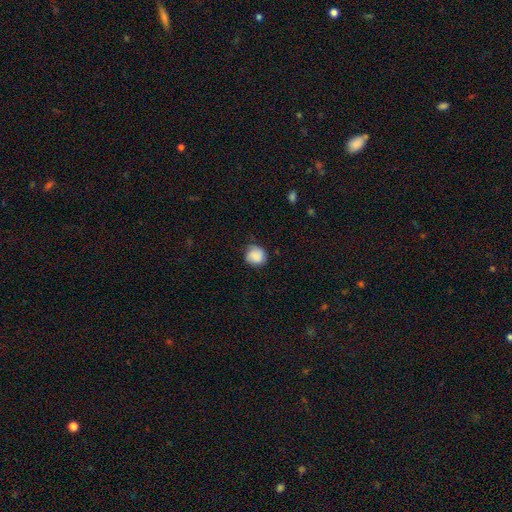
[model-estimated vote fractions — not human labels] Morphology: type=smooth (81%); roundness=round (83%); merging=none (69%).